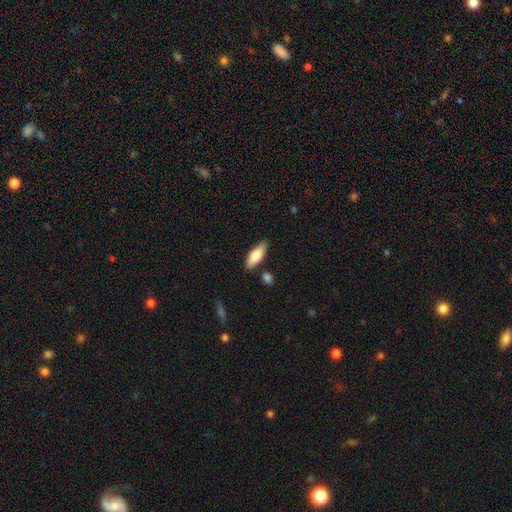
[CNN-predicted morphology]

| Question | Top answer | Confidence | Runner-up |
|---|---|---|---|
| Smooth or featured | smooth | 74% | featured or disk (20%) |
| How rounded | in between | 65% | cigar-shaped (33%) |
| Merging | none | 82% | minor disturbance (12%) |